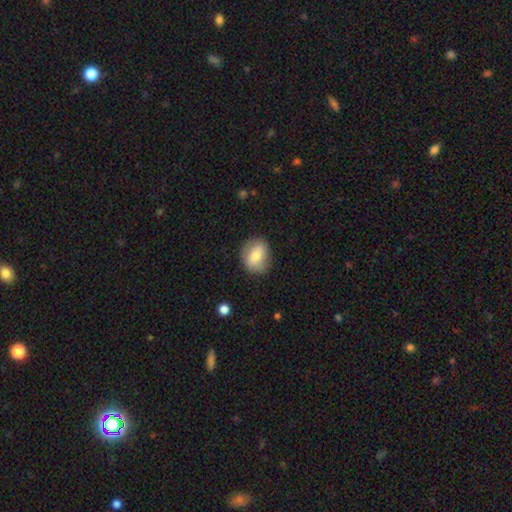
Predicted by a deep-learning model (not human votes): Smooth or featured? smooth (73%)
How rounded? in between (51%)
Merging? none (80%)